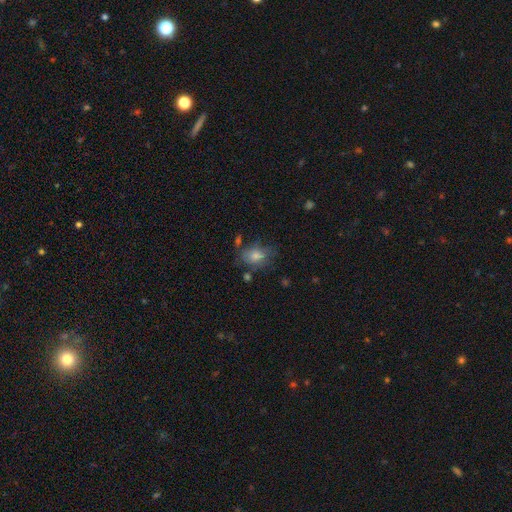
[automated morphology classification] smooth 69%, featured or disk 18%, star or artifact 13%. Down the decision tree: how rounded — in between (67%); merging — none (61%).